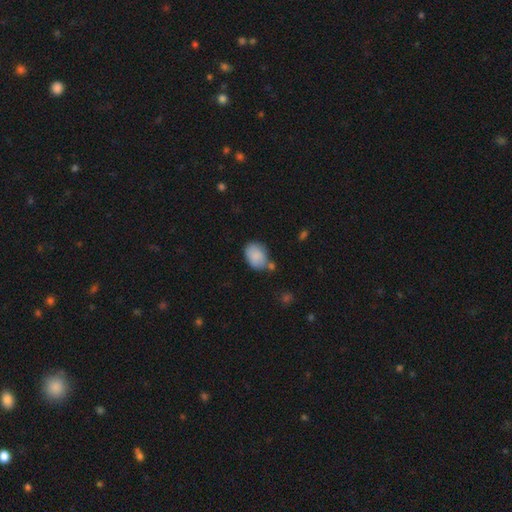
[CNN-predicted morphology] Smooth or featured? Predicted: smooth (p=0.86). How rounded? Predicted: in between (p=0.74). Merging? Predicted: none (p=0.54).